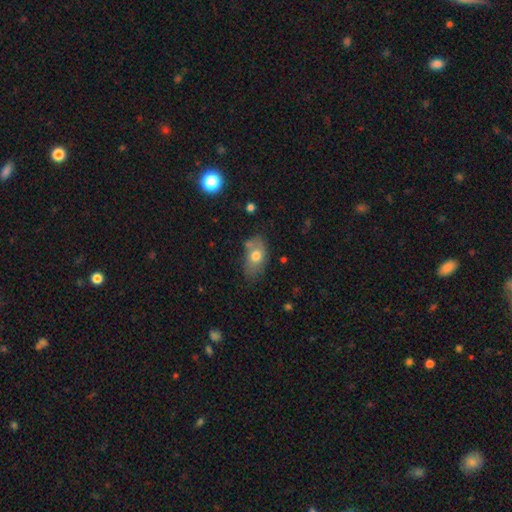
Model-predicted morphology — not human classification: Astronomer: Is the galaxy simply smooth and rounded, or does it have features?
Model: smooth — 68%.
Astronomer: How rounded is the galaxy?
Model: in between — 86%.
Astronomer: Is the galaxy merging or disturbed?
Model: none — 54% (runner-up: minor disturbance, 29%).